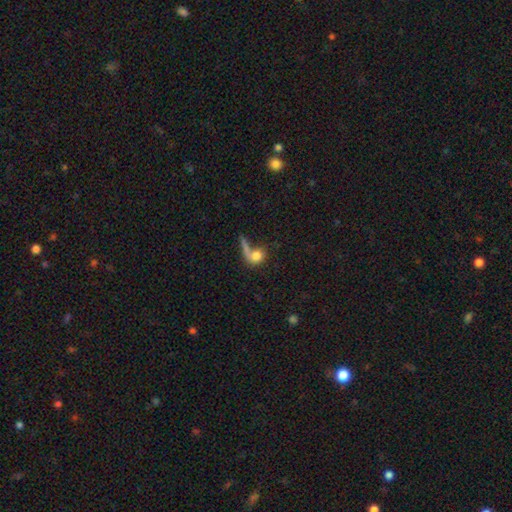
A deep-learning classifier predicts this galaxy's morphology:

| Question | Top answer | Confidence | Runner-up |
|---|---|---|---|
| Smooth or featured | smooth | 70% | featured or disk (19%) |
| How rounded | round | 57% | in between (36%) |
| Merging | none | 33% | merger (30%) |